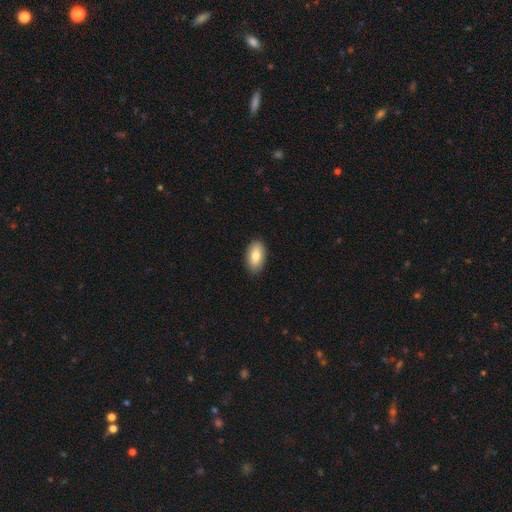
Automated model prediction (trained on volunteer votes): A smooth galaxy with no disk features (82%) that is in between round and cigar-shaped (93%). Merging: none (88%).